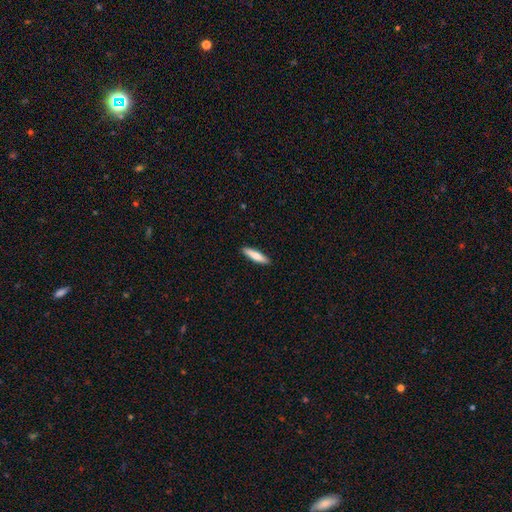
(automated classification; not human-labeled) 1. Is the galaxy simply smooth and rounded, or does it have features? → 73% smooth, 22% featured or disk, 5% star or artifact.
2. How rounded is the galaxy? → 79% cigar-shaped, 20% in between, 2% round.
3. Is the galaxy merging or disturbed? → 91% none, 7% minor disturbance, 1% major disturbance, 1% merger.